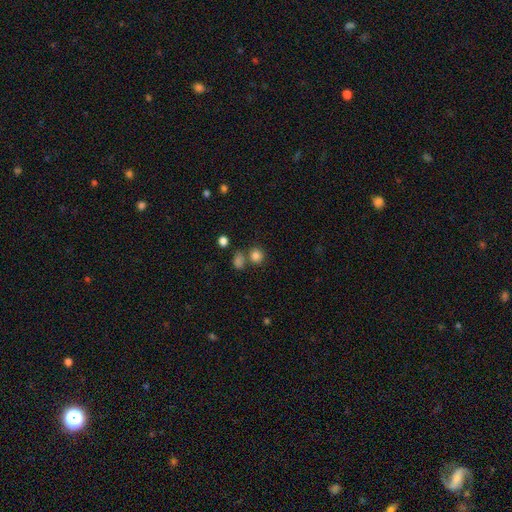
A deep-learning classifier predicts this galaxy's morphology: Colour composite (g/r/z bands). It shows a smooth galaxy with no disk features (82%) that is round (80%). Merging: none (61%).